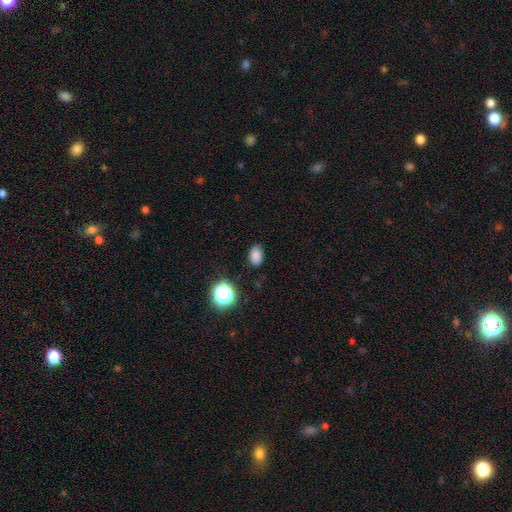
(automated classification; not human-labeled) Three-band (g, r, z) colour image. It shows a smooth galaxy with no disk features (82%) that is in between round and cigar-shaped (79%). Merging: none (84%).